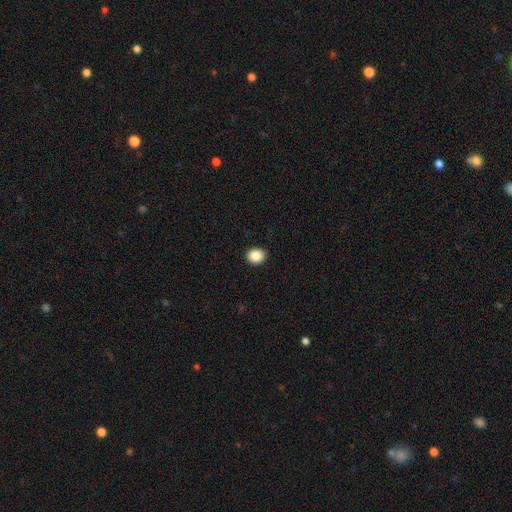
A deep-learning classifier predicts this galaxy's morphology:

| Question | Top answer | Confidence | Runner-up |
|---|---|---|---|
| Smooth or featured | smooth | 87% | star or artifact (9%) |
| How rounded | round | 67% | in between (32%) |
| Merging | none | 91% | minor disturbance (7%) |